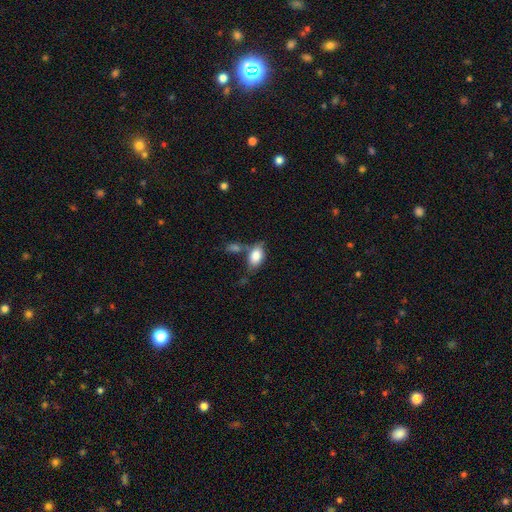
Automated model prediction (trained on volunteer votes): This is clearly a smooth galaxy (82%). How rounded: clearly in between (90%). Merging: possibly none (49%).